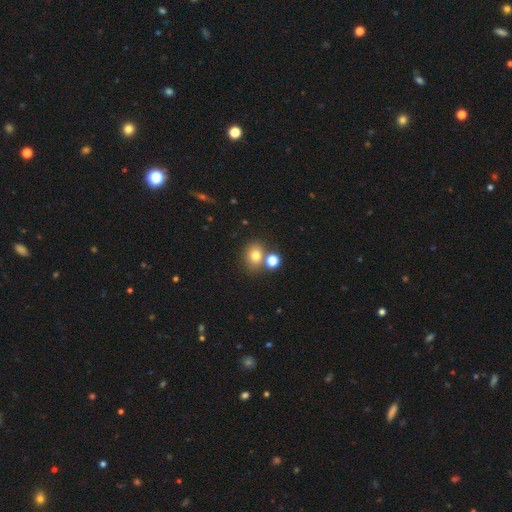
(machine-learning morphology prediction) Overall: smooth (75%). How rounded: round (65%; in between 34%). Merging: none (66%).